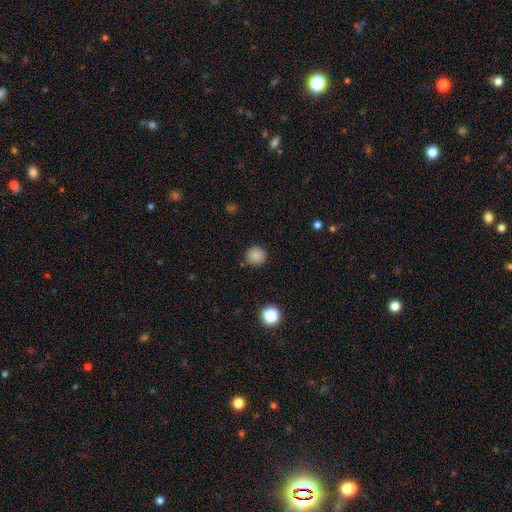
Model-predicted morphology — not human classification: Smooth or featured? Predicted: smooth (p=0.85). How rounded? Predicted: round (p=0.94). Merging? Predicted: none (p=0.87).